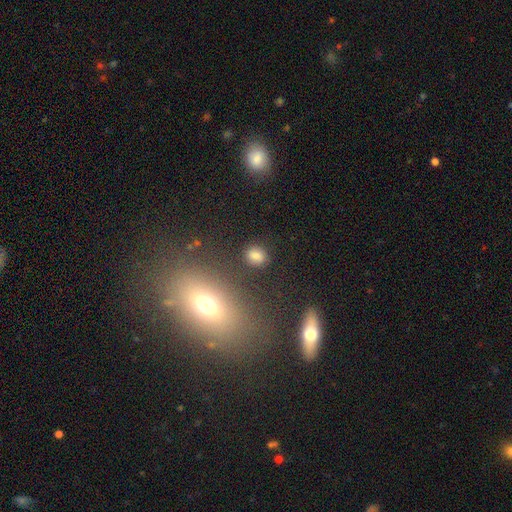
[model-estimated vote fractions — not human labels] The model was most divided on "how rounded": round: 63%, in between: 35%, cigar-shaped: 2%. More confident: merging — none (82%); smooth or featured — smooth (80%).